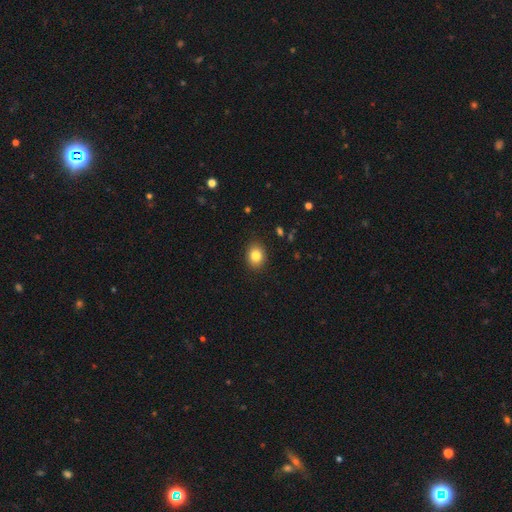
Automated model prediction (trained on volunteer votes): Smooth or featured? smooth (83%)
How rounded? round (54%)
Merging? none (89%)